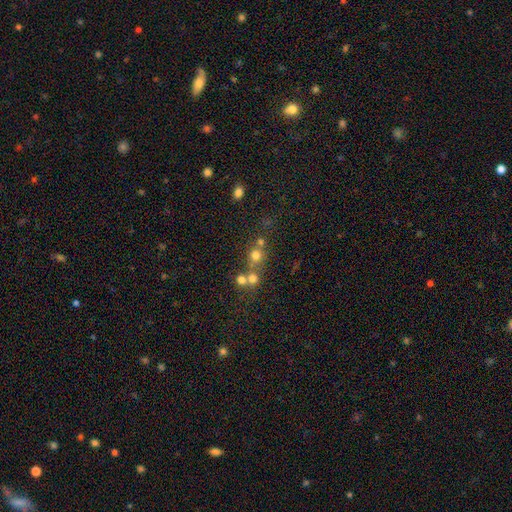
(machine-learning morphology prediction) This is likely a smooth galaxy (64%). How rounded: clearly round (87%). Merging: possibly none (51%).